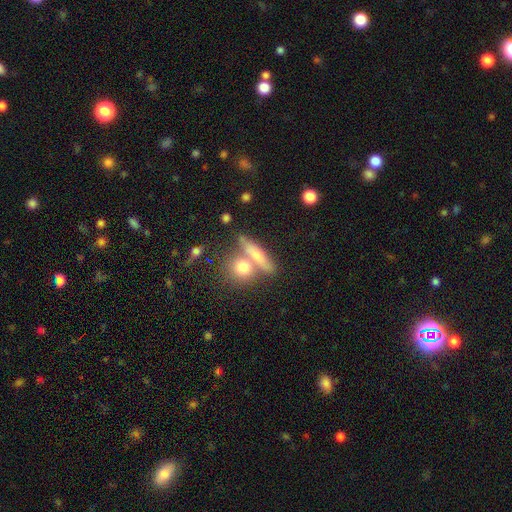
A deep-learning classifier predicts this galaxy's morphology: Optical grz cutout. It shows a smooth galaxy with no disk features (49%). Merging: none (58%).